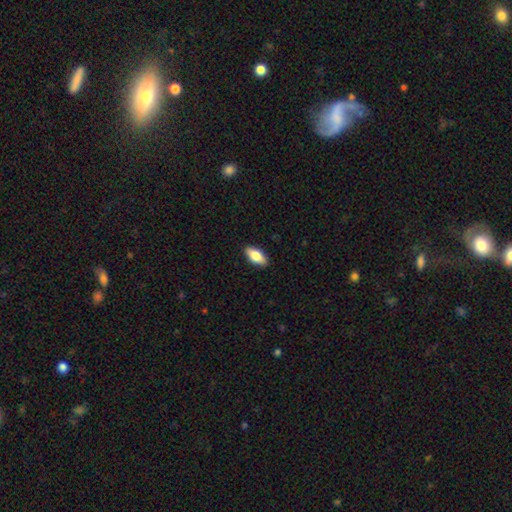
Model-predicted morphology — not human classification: A smooth galaxy with no disk features (80%) that is in between round and cigar-shaped (89%). Merging: none (89%).